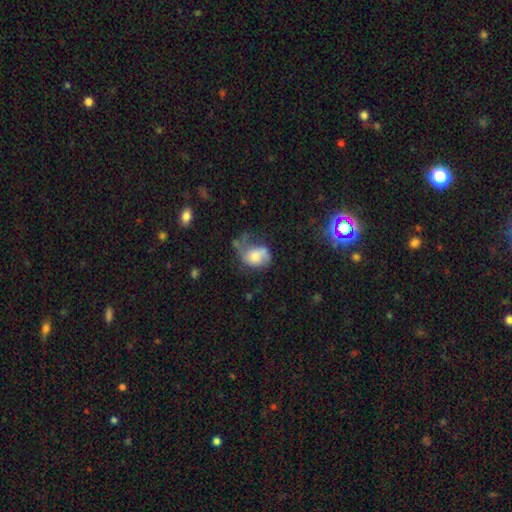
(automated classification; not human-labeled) Q: Smooth or featured?
A: smooth (48%); runner-up: featured or disk (42%)
Q: Merging?
A: major disturbance (39%); runner-up: minor disturbance (27%)